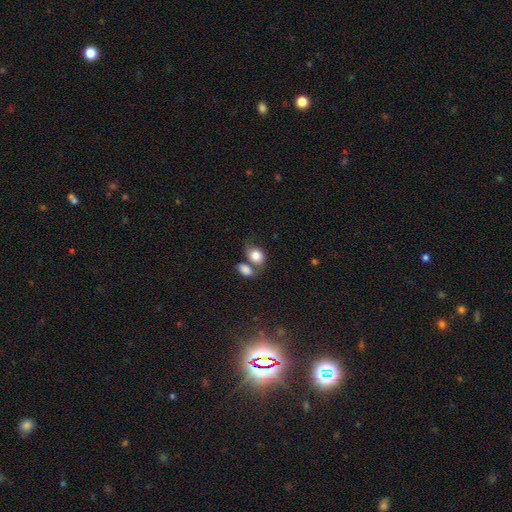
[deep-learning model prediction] smooth-or-featured: smooth: 79% | featured or disk: 14% | star or artifact: 8%
  how-rounded: in between: 61% | round: 38% | cigar-shaped: 1%
  merging: merger: 47% | none: 29% | minor disturbance: 14% | major disturbance: 9%